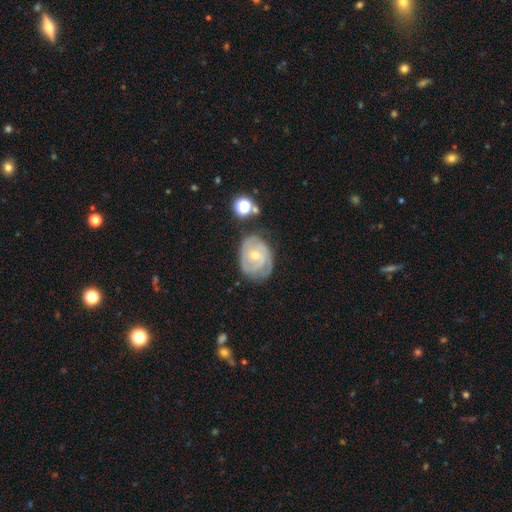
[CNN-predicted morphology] Smooth or featured?
  - featured or disk: 76% *
  - smooth: 17%
  - star or artifact: 7%
Edge-on disk?
  - no: 97% *
  - yes: 3%
Bar?
  - no: 70% *
  - weak: 26%
  - strong: 4%
Spiral arms?
  - yes: 90% *
  - no: 10%
Spiral winding?
  - tight: 61% *
  - medium: 30%
  - loose: 8%
Spiral arm count?
  - can't tell: 34% *
  - 2: 26%
  - 3: 25%
  - 4: 6%
  - 1: 5%
  - more than 4: 3%
Bulge size?
  - small: 58% *
  - moderate: 39%
  - large: 1%
  - none: 1%
  - dominant: 1%
Merging?
  - none: 58% *
  - minor disturbance: 27%
  - major disturbance: 11%
  - merger: 4%